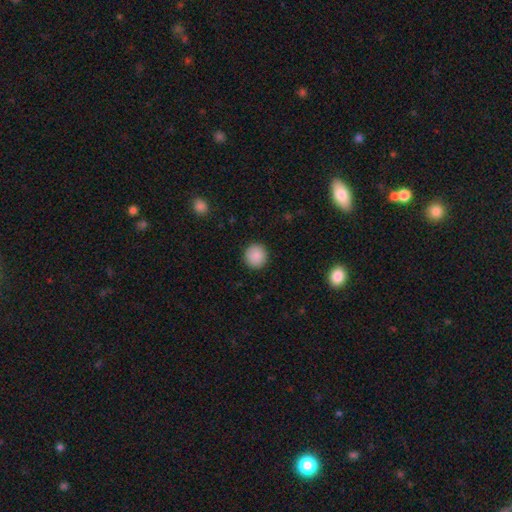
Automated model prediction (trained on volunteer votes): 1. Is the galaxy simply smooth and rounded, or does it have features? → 89% smooth, 8% star or artifact, 3% featured or disk.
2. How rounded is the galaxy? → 92% round, 7% in between, 1% cigar-shaped.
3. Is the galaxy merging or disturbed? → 92% none, 5% minor disturbance, 2% major disturbance, 1% merger.